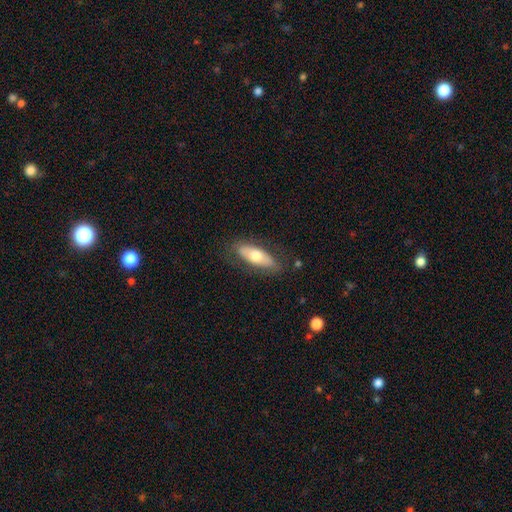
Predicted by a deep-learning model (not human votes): This appears to be a smooth galaxy with no disk features (61%) that is in between round and cigar-shaped (69%). Merging: none (80%).